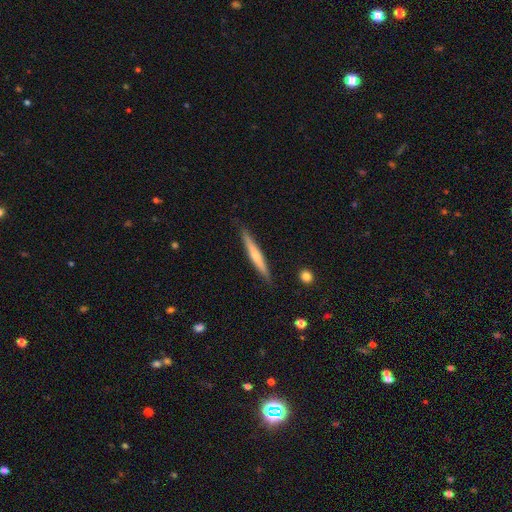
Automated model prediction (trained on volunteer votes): Smooth or featured: smooth — 49% (featured or disk — 46%)
Merging: none — 87% (minor disturbance — 10%)